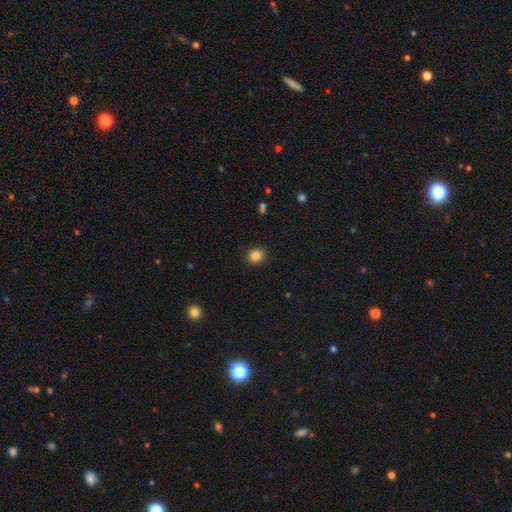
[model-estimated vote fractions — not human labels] This is clearly a smooth galaxy (85%). How rounded: likely round (73%). Merging: clearly none (90%).